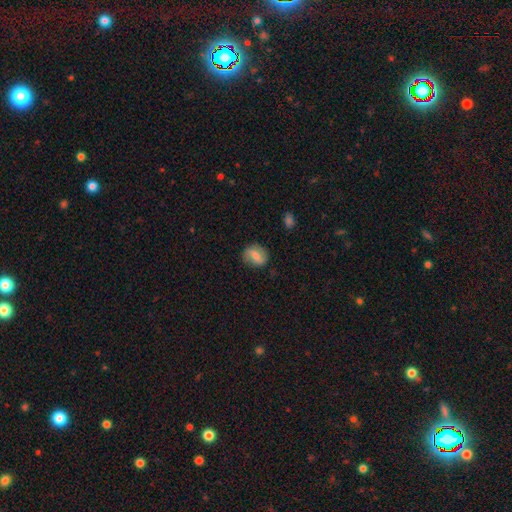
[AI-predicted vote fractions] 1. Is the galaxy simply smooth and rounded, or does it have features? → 59% smooth, 33% featured or disk, 8% star or artifact.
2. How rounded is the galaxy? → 51% round, 47% in between, 2% cigar-shaped.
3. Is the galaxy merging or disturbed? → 77% none, 17% minor disturbance, 5% major disturbance, 1% merger.